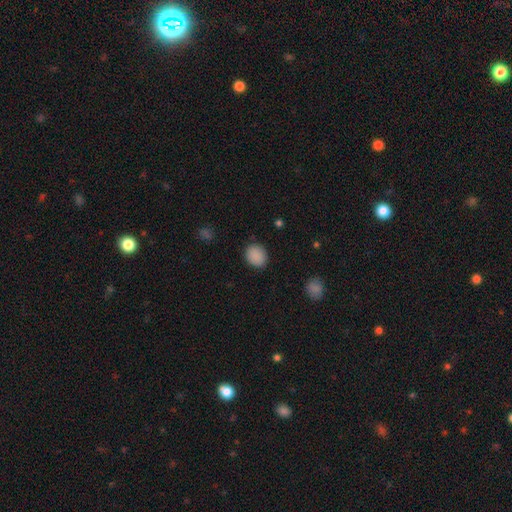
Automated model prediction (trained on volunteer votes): A smooth galaxy with no disk features (88%) that is round (62%). Merging: none (87%).